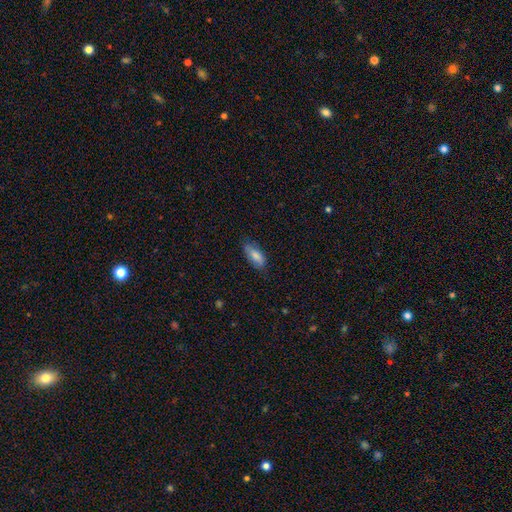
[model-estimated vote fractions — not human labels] Overall: smooth (79%). How rounded: in between (81%). Merging: none (75%).